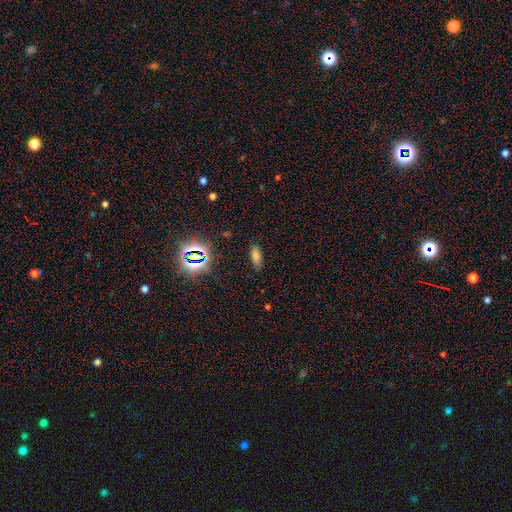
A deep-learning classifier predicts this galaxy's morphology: Smooth or featured?
  - smooth: 59% *
  - star or artifact: 32%
  - featured or disk: 9%
How rounded?
  - in between: 76% *
  - cigar-shaped: 18%
  - round: 6%
Merging?
  - none: 84% *
  - minor disturbance: 11%
  - major disturbance: 3%
  - merger: 2%